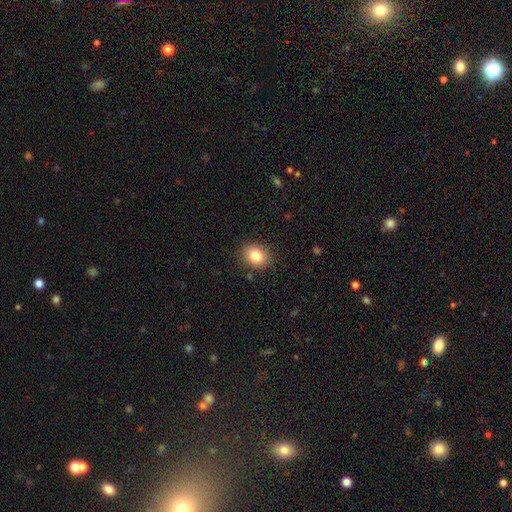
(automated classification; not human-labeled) smooth_or_featured: smooth (p=0.84) [alt: star or artifact p=0.10]
how_rounded: round (p=0.52) [alt: in between p=0.47]
merging: none (p=0.86) [alt: minor disturbance p=0.10]